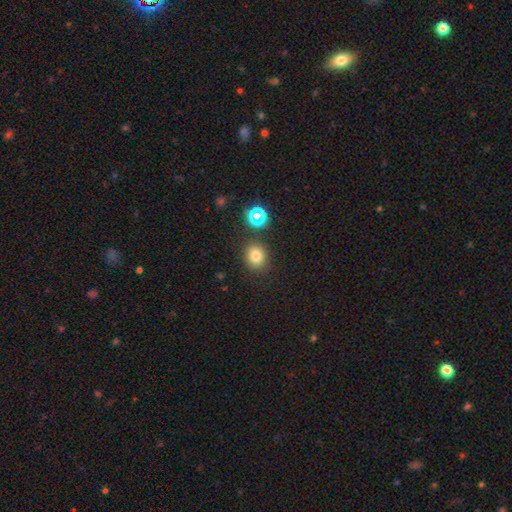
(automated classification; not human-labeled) The model was most divided on "how rounded": round: 73%, in between: 26%, cigar-shaped: 1%. More confident: merging — none (84%); smooth or featured — smooth (76%).